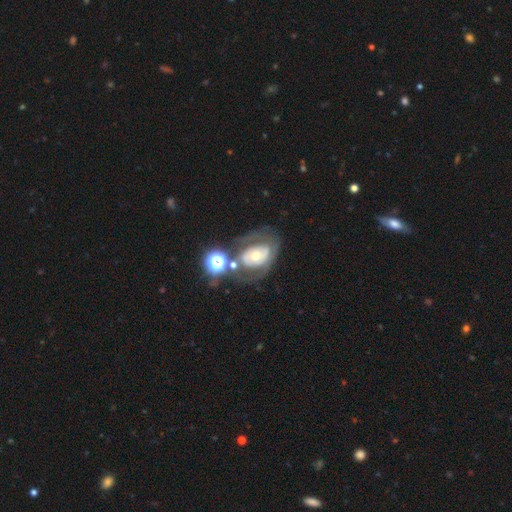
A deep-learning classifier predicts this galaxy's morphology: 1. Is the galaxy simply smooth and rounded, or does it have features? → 63% featured or disk, 27% smooth, 10% star or artifact.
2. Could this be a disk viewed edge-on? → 95% no, 5% yes.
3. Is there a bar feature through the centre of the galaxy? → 75% no, 17% weak, 8% strong.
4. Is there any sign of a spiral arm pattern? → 54% no, 46% yes.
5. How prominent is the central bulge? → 60% moderate, 31% small, 7% large, 2% dominant, 1% none.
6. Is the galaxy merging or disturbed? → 50% none, 19% minor disturbance, 18% major disturbance, 14% merger.